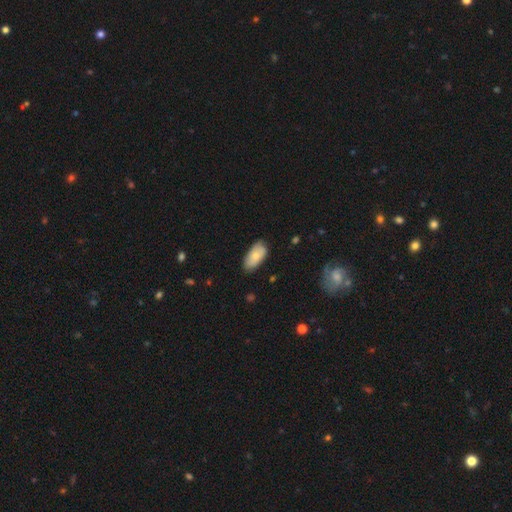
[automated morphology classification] smooth-or-featured: smooth: 75% | featured or disk: 19% | star or artifact: 6%
  how-rounded: in between: 94% | cigar-shaped: 4% | round: 3%
  merging: none: 74% | minor disturbance: 22% | major disturbance: 3% | merger: 1%